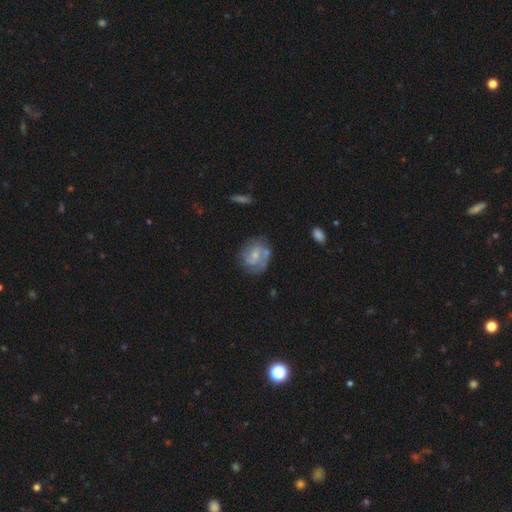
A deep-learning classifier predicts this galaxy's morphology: smooth_or_featured: featured or disk (p=0.69) [alt: smooth p=0.24]
disk_edge_on: no (p=0.98) [alt: yes p=0.02]
bar: no (p=0.60) [alt: weak p=0.34]
has_spiral_arms: yes (p=0.84) [alt: no p=0.16]
spiral_winding: medium (p=0.42) [alt: tight p=0.41]
spiral_arm_count: 2 (p=0.50) [alt: can't tell p=0.25]
bulge_size: small (p=0.56) [alt: moderate p=0.36]
merging: none (p=0.62) [alt: minor disturbance p=0.21]